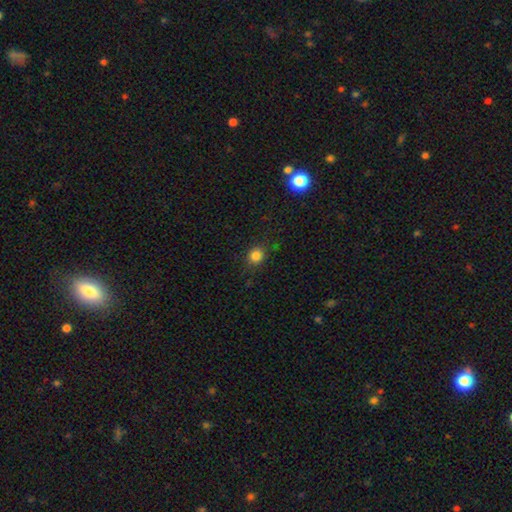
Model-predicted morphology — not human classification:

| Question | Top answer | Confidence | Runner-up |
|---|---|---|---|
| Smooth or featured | smooth | 83% | star or artifact (12%) |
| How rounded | round | 80% | in between (19%) |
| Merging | none | 84% | minor disturbance (11%) |